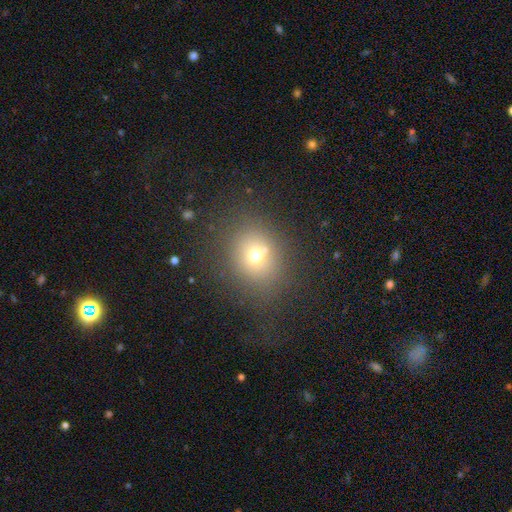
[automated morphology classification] This appears to be a smooth galaxy with no disk features (65%) that is round (72%). Merging: none (72%).